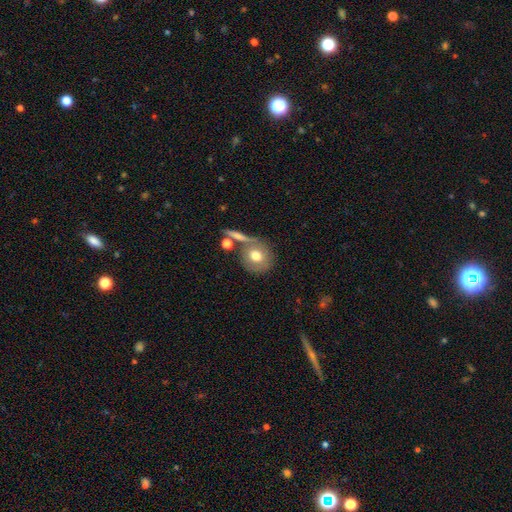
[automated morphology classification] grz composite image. It shows a smooth galaxy with no disk features (69%) that is round (84%). Merging: none (63%).